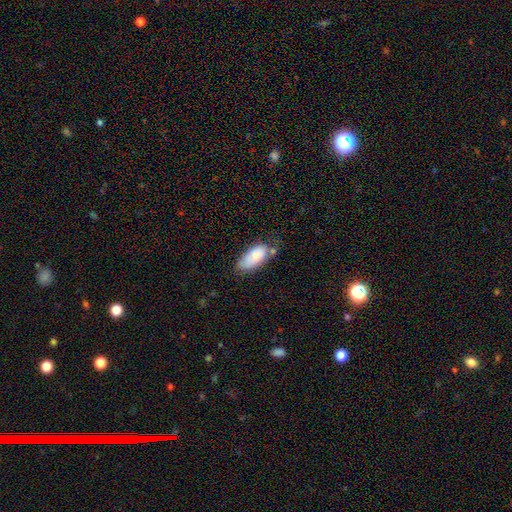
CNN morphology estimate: This is likely a smooth galaxy (70%). How rounded: clearly in between (90%). Merging: possibly none (52%).